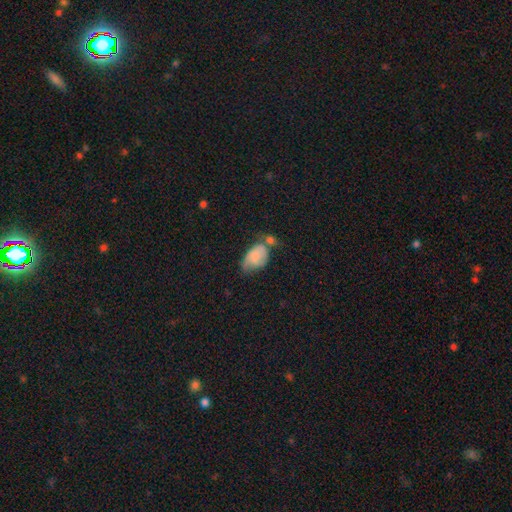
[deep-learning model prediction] Morphology: type=smooth (73%); roundness=in between (88%); merging=merger (32%).